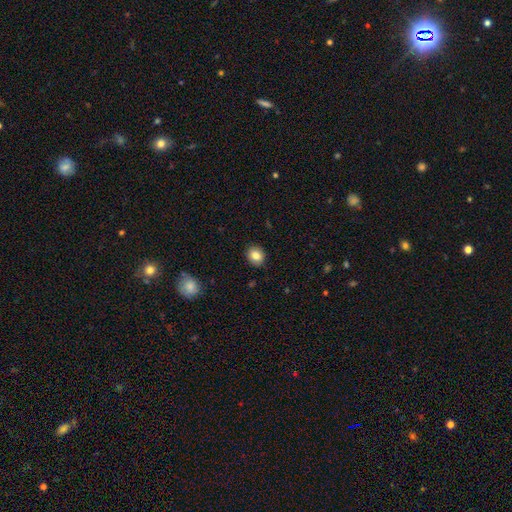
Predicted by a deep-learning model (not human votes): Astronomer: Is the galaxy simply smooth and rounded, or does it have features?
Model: smooth — 83%.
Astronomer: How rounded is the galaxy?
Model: round — 68%.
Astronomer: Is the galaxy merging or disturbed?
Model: none — 90%.